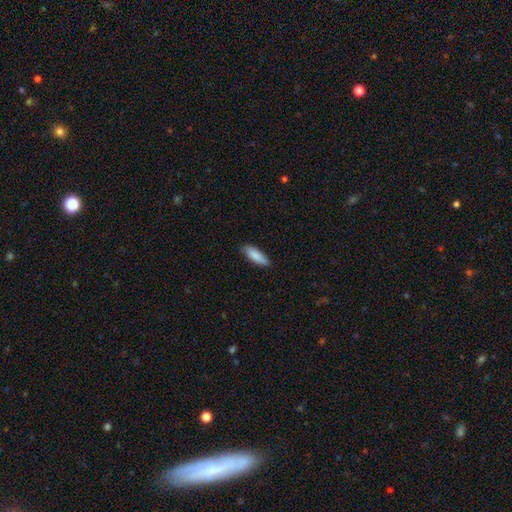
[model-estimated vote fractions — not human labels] A smooth galaxy with no disk features (87%) that is in between round and cigar-shaped (56%). Merging: none (86%).